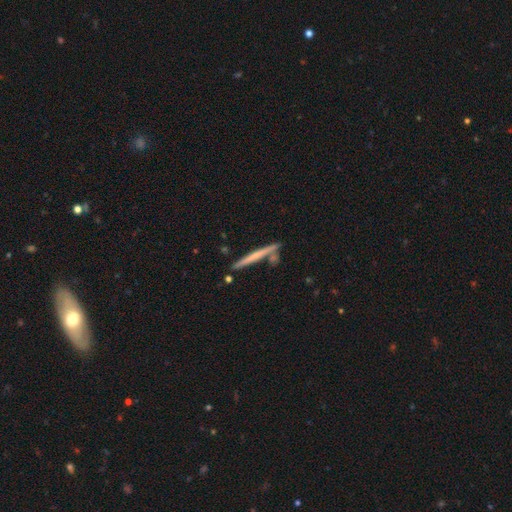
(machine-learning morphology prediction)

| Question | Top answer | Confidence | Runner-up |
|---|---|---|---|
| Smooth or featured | featured or disk | 49% | smooth (45%) |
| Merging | none | 80% | minor disturbance (10%) |